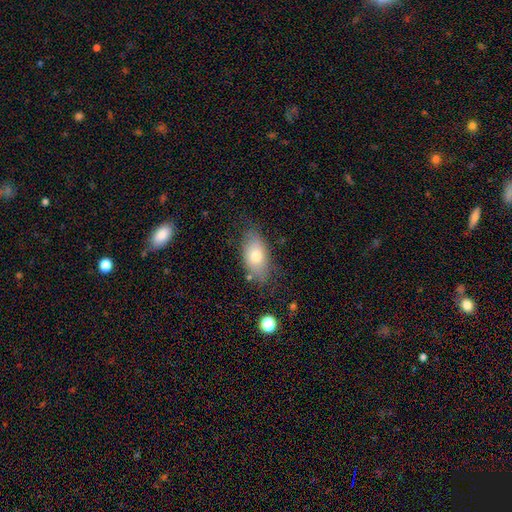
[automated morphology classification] The model was most divided on "merging": none: 74%, minor disturbance: 19%, major disturbance: 5%, merger: 3%. More confident: how rounded — in between (90%); smooth or featured — smooth (74%).